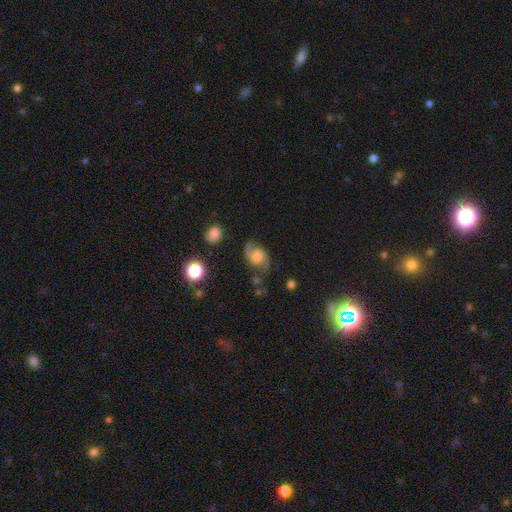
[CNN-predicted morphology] Smooth or featured: featured or disk — 77% (smooth — 14%)
Edge-on disk: no — 97% (yes — 3%)
Bar: no — 62% (weak — 32%)
Spiral arms: yes — 95% (no — 5%)
Spiral winding: medium — 51% (loose — 34%)
Spiral arm count: 2 — 92% (can't tell — 3%)
Bulge size: moderate — 49% (large — 26%)
Merging: none — 75% (minor disturbance — 16%)